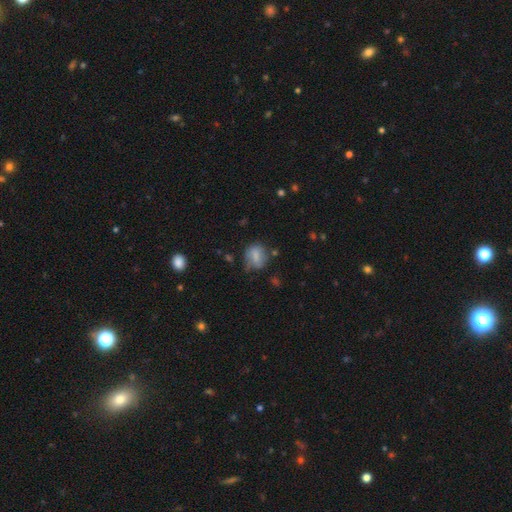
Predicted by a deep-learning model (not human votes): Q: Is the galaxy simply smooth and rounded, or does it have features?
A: smooth — 72%.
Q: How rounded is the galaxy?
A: round — 53%.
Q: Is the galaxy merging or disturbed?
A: none — 56%.